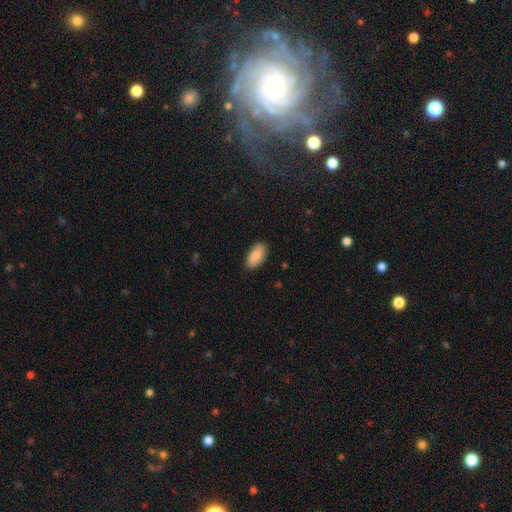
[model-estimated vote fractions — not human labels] The model was most divided on "smooth or featured": smooth: 83%, featured or disk: 11%, star or artifact: 6%. More confident: how rounded — in between (93%); merging — none (85%).